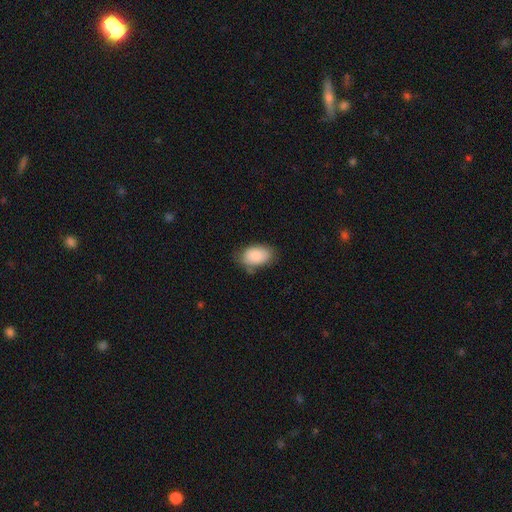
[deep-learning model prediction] This is clearly a smooth galaxy (82%). How rounded: clearly in between (90%). Merging: likely none (65%).